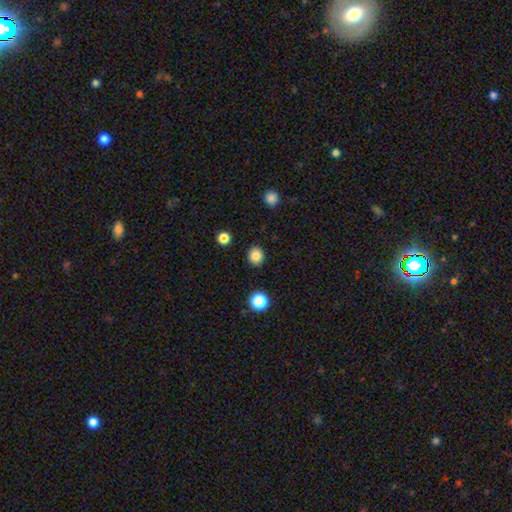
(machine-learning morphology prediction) A smooth galaxy with no disk features (84%) that is round (81%).

Vote fractions:
- Smooth or featured? smooth: 84% / star or artifact: 11% / featured or disk: 4%
- How rounded? round: 81% / in between: 18% / cigar-shaped: 1%
- Merging? none: 90% / minor disturbance: 6% / major disturbance: 2% / merger: 2%